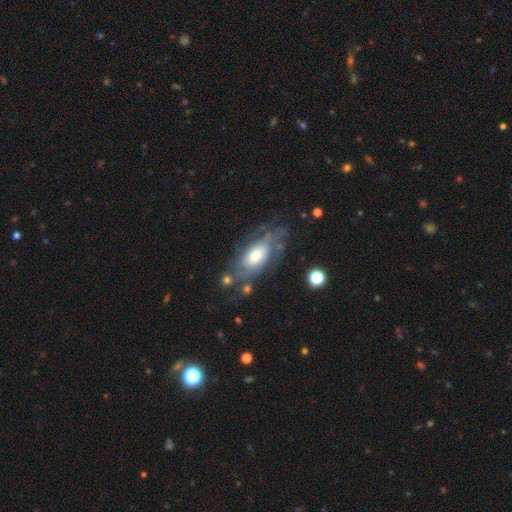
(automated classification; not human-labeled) This is likely a featured or disk galaxy (73%). It is clearly not viewed edge-on (91%). Bar: likely no (70%). Spiral arm pattern: clearly yes (86%). Spiral arm count: possibly can't tell (51%). Spiral winding: possibly tight (55%). Central bulge: marginally moderate (44%). Merging: possibly none (59%).